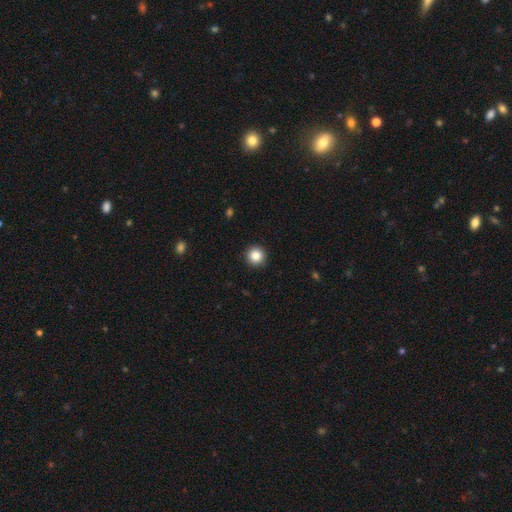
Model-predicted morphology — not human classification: This appears to be a smooth galaxy with no disk features (86%) that is round (96%). Merging: none (93%).